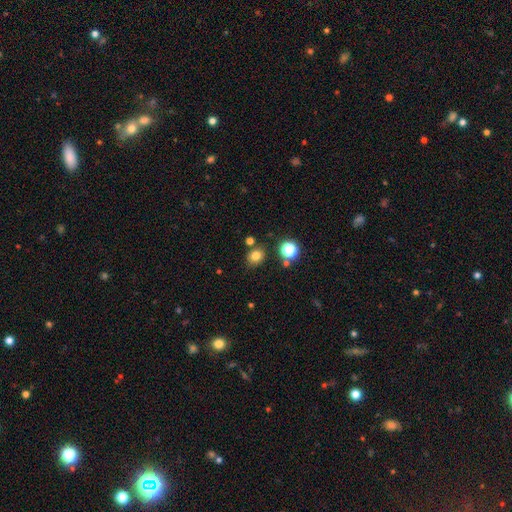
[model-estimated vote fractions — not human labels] Morphology: type=smooth (78%); roundness=round (63%); merging=none (78%).